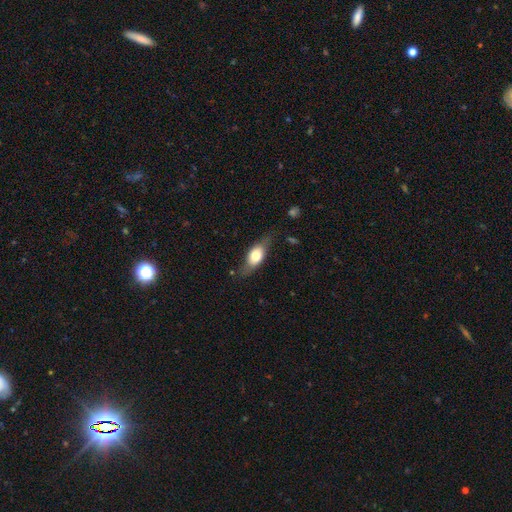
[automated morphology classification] Smooth or featured? smooth (61%)
How rounded? in between (78%)
Merging? none (70%)